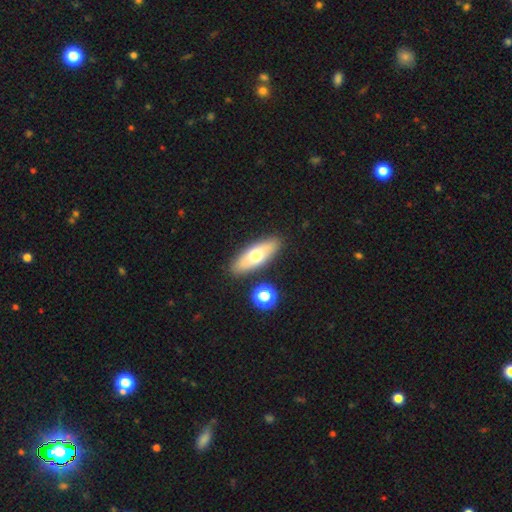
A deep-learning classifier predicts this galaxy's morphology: Smooth or featured? smooth (62%)
How rounded? in between (64%)
Merging? none (86%)